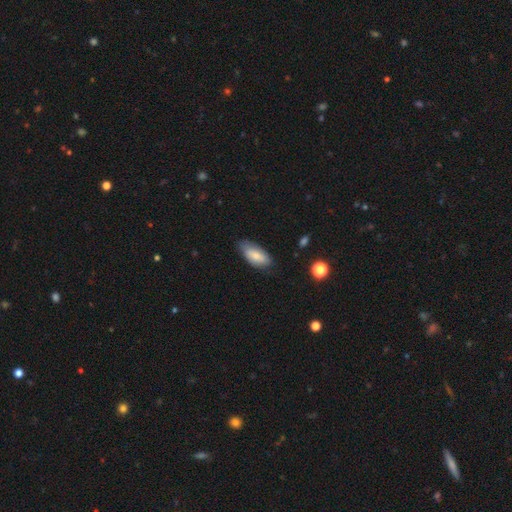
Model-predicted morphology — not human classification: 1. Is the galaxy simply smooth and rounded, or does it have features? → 78% smooth, 16% featured or disk, 6% star or artifact.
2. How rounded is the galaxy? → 88% in between, 10% cigar-shaped, 2% round.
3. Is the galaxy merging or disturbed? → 70% none, 24% minor disturbance, 4% major disturbance, 1% merger.